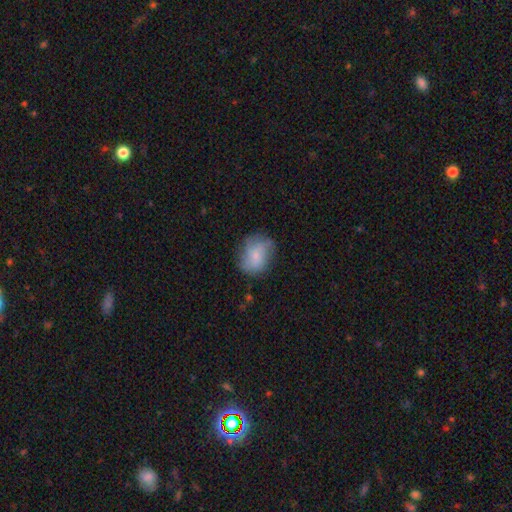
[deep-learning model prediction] A smooth galaxy with no disk features (68%) that is in between round and cigar-shaped (53%).

Vote fractions:
- Smooth or featured? smooth: 68% / featured or disk: 24% / star or artifact: 8%
- How rounded? in between: 53% / round: 46% / cigar-shaped: 1%
- Merging? none: 64% / minor disturbance: 26% / major disturbance: 9% / merger: 2%